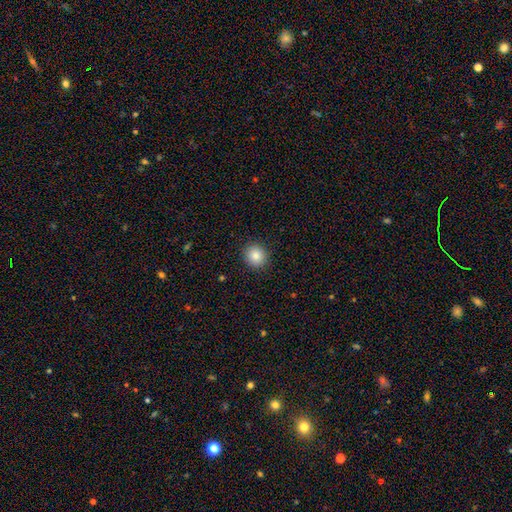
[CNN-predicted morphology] A smooth galaxy with no disk features (84%) that is round (88%). Merging: none (91%).